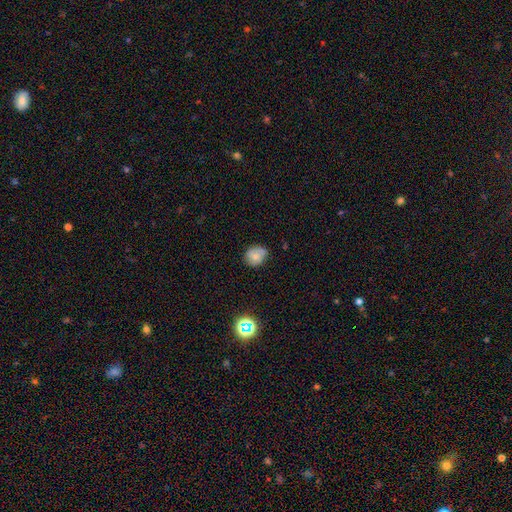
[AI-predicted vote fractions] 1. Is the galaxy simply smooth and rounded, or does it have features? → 65% smooth, 24% featured or disk, 11% star or artifact.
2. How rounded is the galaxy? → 72% round, 27% in between, 1% cigar-shaped.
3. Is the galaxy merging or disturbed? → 61% none, 29% minor disturbance, 6% major disturbance, 5% merger.